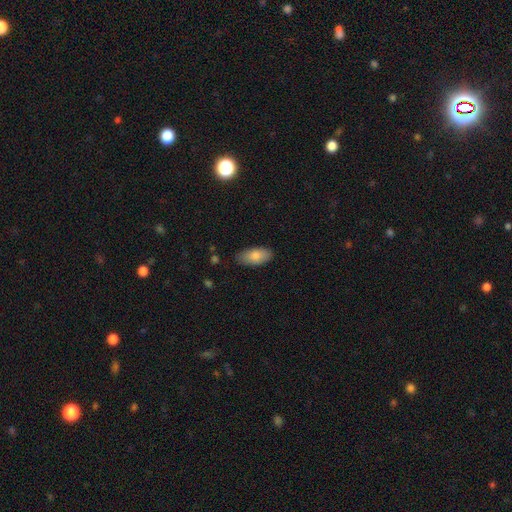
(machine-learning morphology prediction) smooth-or-featured: smooth: 82% | featured or disk: 11% | star or artifact: 6%
  how-rounded: in between: 91% | cigar-shaped: 6% | round: 3%
  merging: none: 82% | minor disturbance: 14% | major disturbance: 2% | merger: 1%